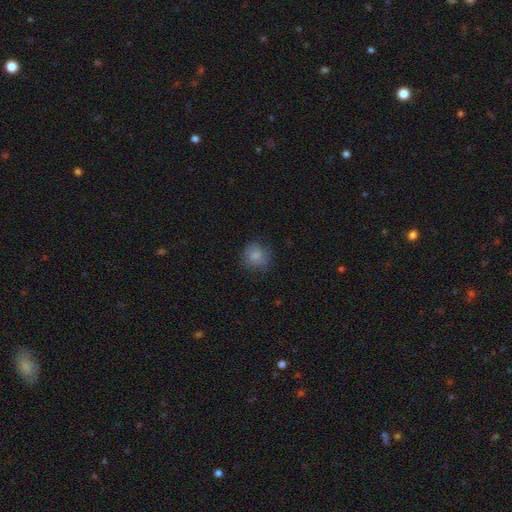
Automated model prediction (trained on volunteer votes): smooth 84%, star or artifact 10%, featured or disk 6%. Down the decision tree: how rounded — round (86%); merging — none (80%).